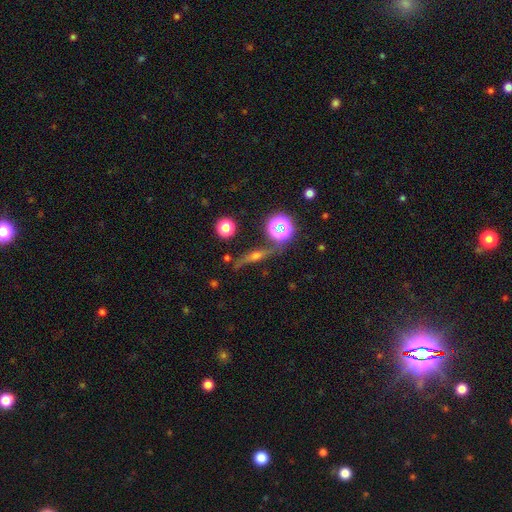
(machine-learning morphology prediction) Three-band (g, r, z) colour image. It shows a featured or disk galaxy (63%) viewed edge-on (77%). Merging: none (79%).